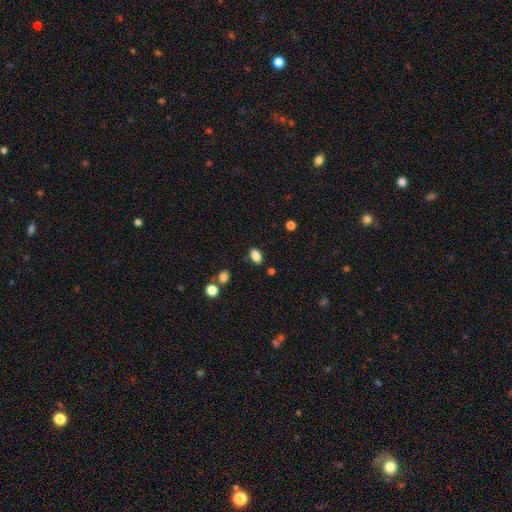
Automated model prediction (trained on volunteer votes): The model was most divided on "merging": none: 83%, minor disturbance: 11%, merger: 3%, major disturbance: 3%. More confident: how rounded — in between (90%); smooth or featured — smooth (84%).